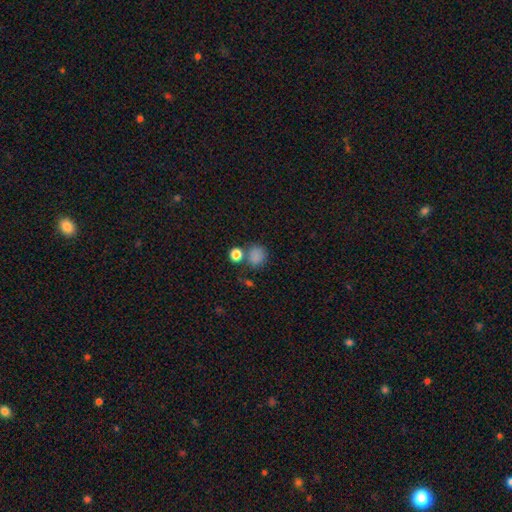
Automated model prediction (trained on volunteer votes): Morphology: type=smooth (81%); roundness=round (81%); merging=none (65%).